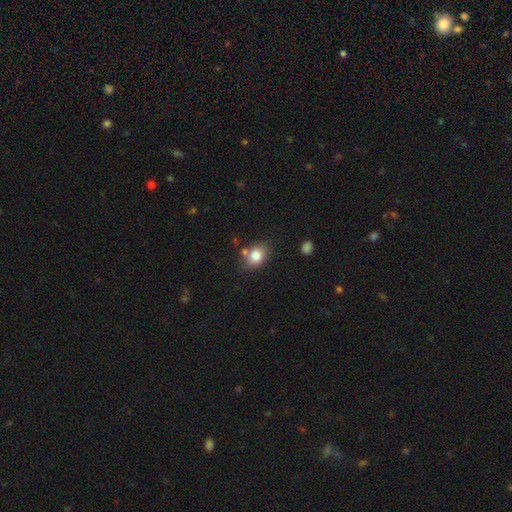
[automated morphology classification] smooth-or-featured: smooth: 81% | star or artifact: 10% | featured or disk: 9%
  how-rounded: in between: 57% | round: 42% | cigar-shaped: 1%
  merging: none: 69% | minor disturbance: 15% | merger: 11% | major disturbance: 4%